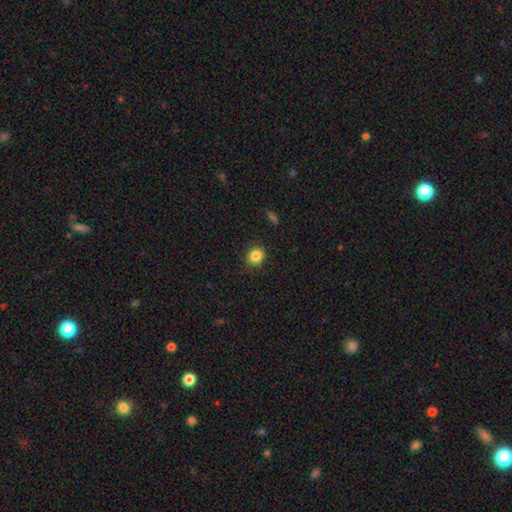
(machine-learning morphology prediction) Smooth or featured?
  - smooth: 84% *
  - star or artifact: 11%
  - featured or disk: 5%
How rounded?
  - round: 75% *
  - in between: 24%
  - cigar-shaped: 1%
Merging?
  - none: 84% *
  - minor disturbance: 13%
  - major disturbance: 3%
  - merger: 1%